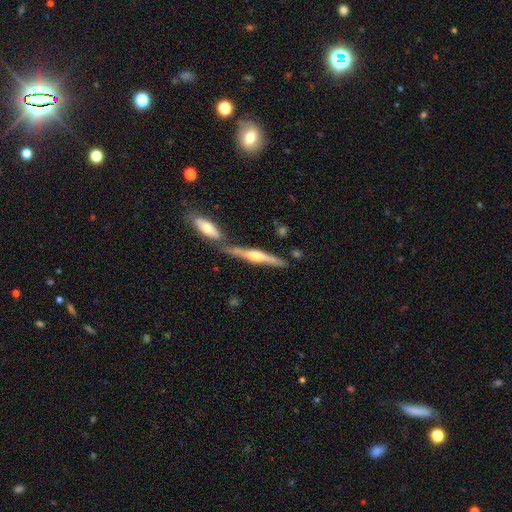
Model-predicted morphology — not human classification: Overall: featured or disk (69%). Edge-on disk: yes (95%). Edge-on bulge: rounded (84%). Merging: none (64%).